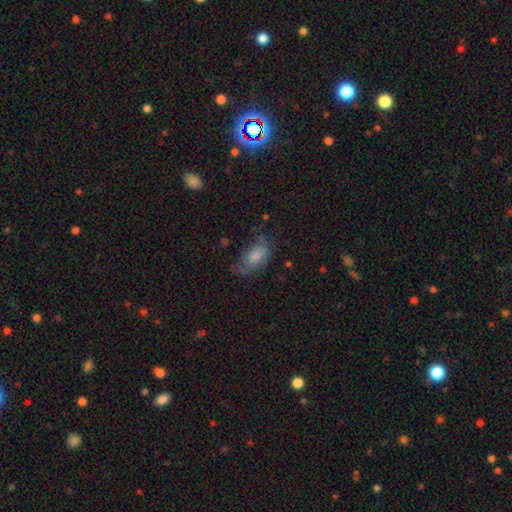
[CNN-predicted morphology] This appears to be a smooth galaxy with no disk features (70%) that is in between round and cigar-shaped (90%). Merging: none (47%).